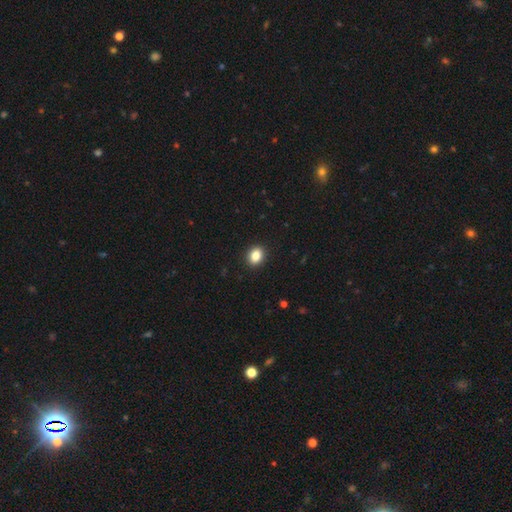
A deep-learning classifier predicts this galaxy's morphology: A smooth galaxy with no disk features (86%) that is in between round and cigar-shaped (53%). Merging: none (91%).